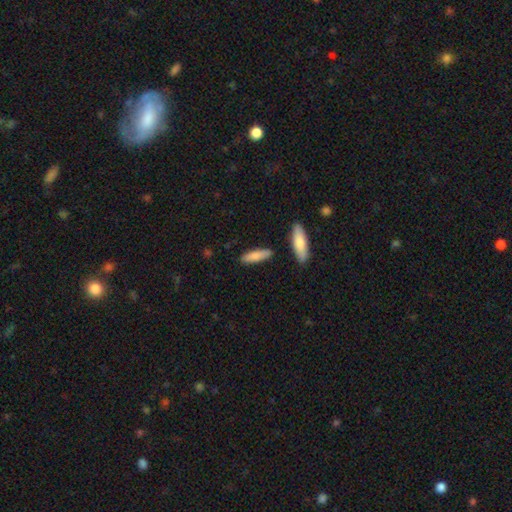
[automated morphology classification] smooth 81%, featured or disk 14%, star or artifact 6%. Down the decision tree: how rounded — cigar-shaped (62%); merging — none (82%).